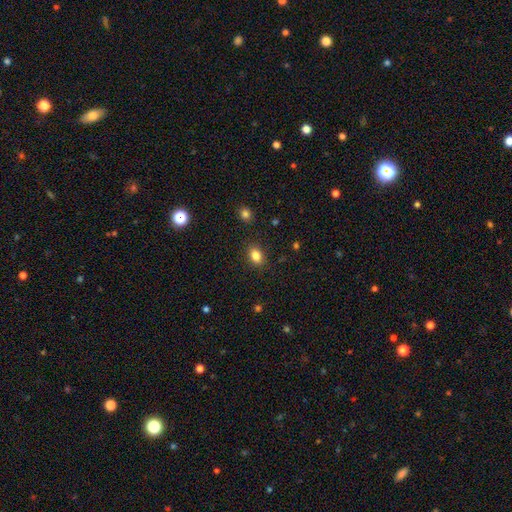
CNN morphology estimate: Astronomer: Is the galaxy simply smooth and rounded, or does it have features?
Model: smooth — 82%.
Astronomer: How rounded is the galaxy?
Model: in between — 76%.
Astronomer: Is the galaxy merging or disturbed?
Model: none — 87%.